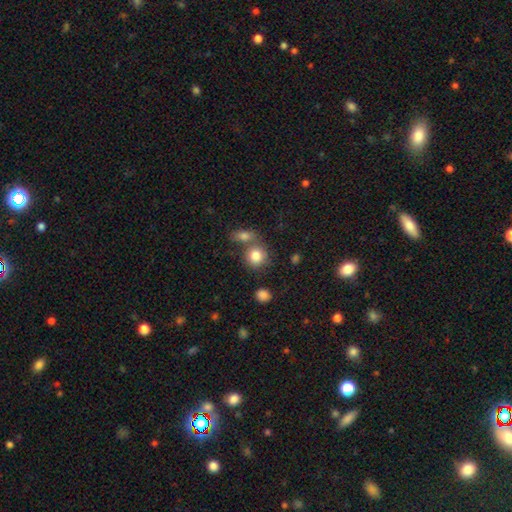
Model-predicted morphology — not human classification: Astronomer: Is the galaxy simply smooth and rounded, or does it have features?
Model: smooth — 82%.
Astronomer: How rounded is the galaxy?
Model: round — 81%.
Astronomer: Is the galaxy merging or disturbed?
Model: none — 51% (runner-up: merger, 35%).